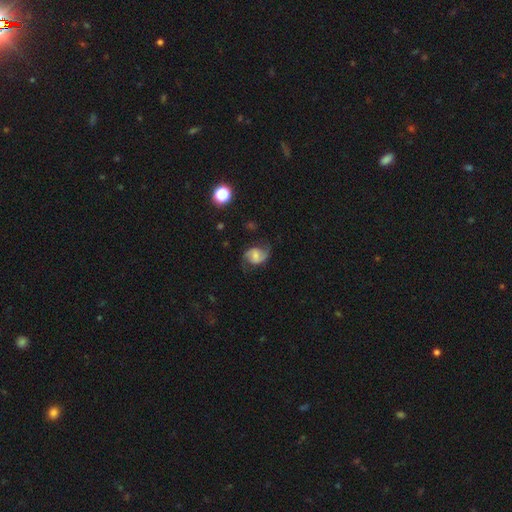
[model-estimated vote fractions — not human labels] This is likely a featured or disk galaxy (72%). It is clearly not viewed edge-on (98%). Bar: possibly weak (46%). Spiral arm pattern: clearly yes (94%). Spiral arm count: clearly 2 (90%). Spiral winding: possibly medium (46%). Central bulge: marginally small (40%). Merging: likely none (72%).